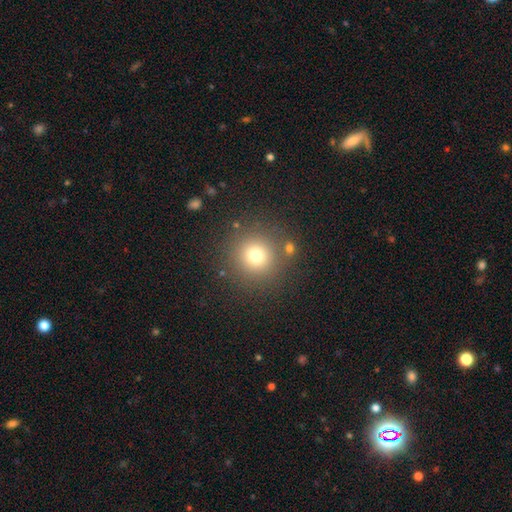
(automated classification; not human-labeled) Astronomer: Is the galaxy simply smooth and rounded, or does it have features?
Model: smooth — 74%.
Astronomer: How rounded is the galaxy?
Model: round — 94%.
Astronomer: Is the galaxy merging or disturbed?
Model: none — 84%.